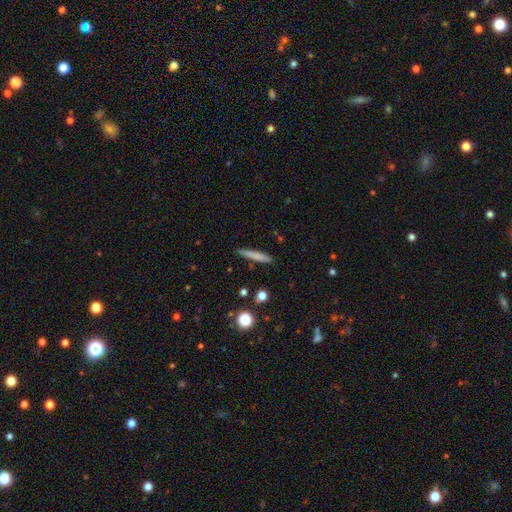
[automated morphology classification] This is likely a smooth galaxy (74%). How rounded: clearly cigar-shaped (94%). Merging: clearly none (88%).